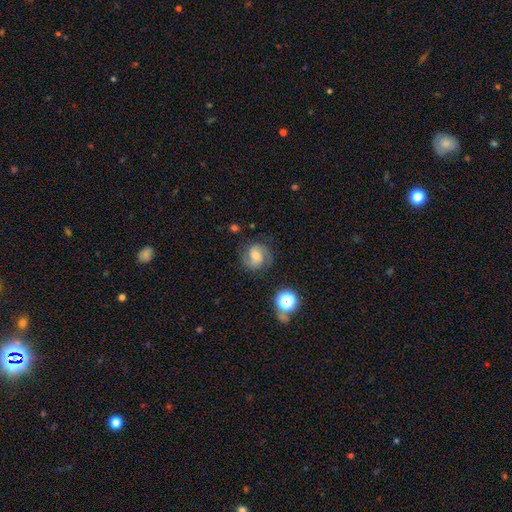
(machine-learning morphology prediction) smooth-or-featured: featured or disk: 64% | smooth: 24% | star or artifact: 12%
  disk-edge-on: no: 98% | yes: 2%
    bar: weak: 46% | no: 41% | strong: 13%
    has-spiral-arms: yes: 93% | no: 7%
      spiral-winding: medium: 50% | tight: 32% | loose: 18%
      spiral-arm-count: 2: 85% | can't tell: 8% | 1: 3% | 3: 2% | 4: 1% | more than 4: 1%
    bulge-size: moderate: 47% | small: 37% | large: 8% | none: 7% | dominant: 2%
  merging: none: 77% | minor disturbance: 14% | major disturbance: 6% | merger: 2%